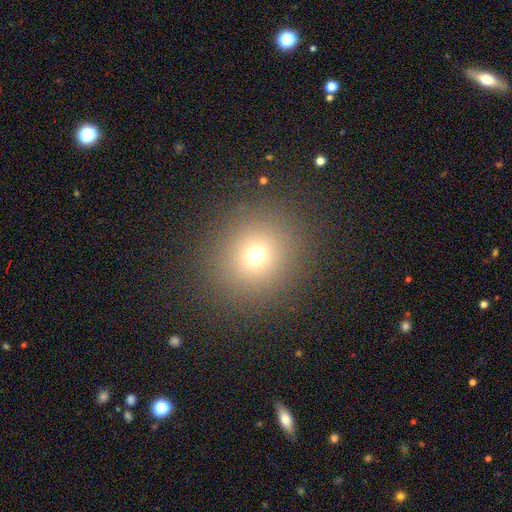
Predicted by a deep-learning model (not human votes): Smooth or featured?
  - smooth: 69% *
  - star or artifact: 21%
  - featured or disk: 10%
How rounded?
  - round: 90% *
  - in between: 9%
  - cigar-shaped: 1%
Merging?
  - none: 88% *
  - minor disturbance: 6%
  - major disturbance: 4%
  - merger: 1%